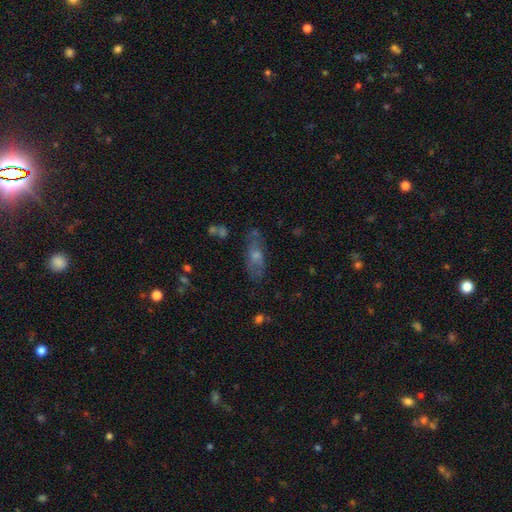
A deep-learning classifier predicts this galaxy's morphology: featured or disk 45%, smooth 41%, star or artifact 14%. Down the decision tree: merging — none (70%).